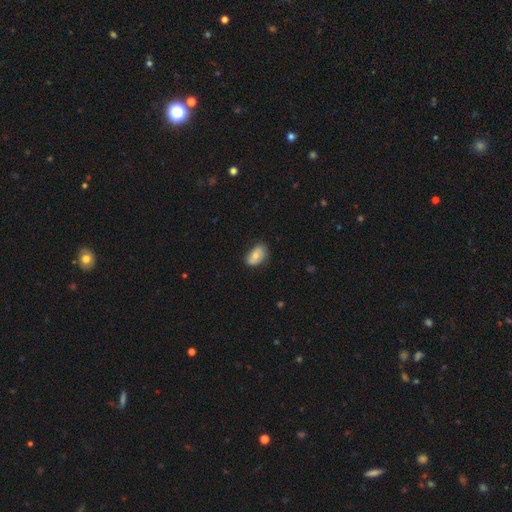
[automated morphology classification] Smooth or featured? Predicted: smooth (p=0.69). How rounded? Predicted: in between (p=0.90). Merging? Predicted: none (p=0.73).